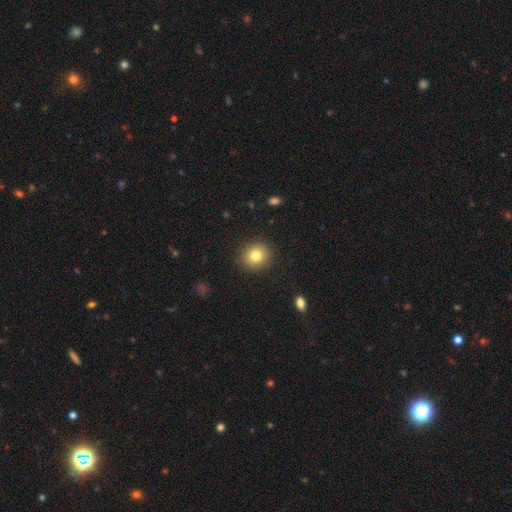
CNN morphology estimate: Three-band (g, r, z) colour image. It shows a smooth galaxy with no disk features (81%) that is round (85%). Merging: none (90%).